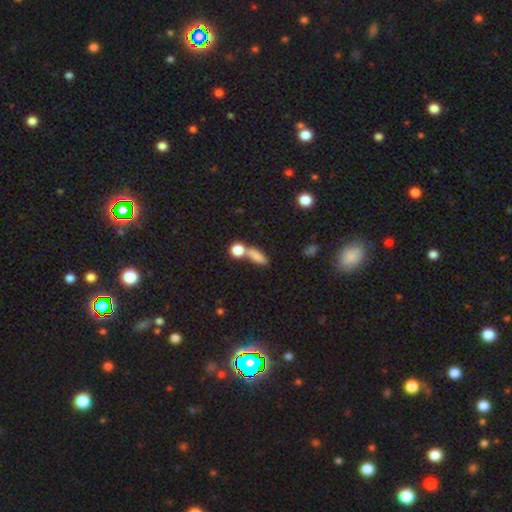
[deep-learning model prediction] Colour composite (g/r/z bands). It shows a smooth galaxy with no disk features (77%) that is in between round and cigar-shaped (53%). Merging: none (46%).